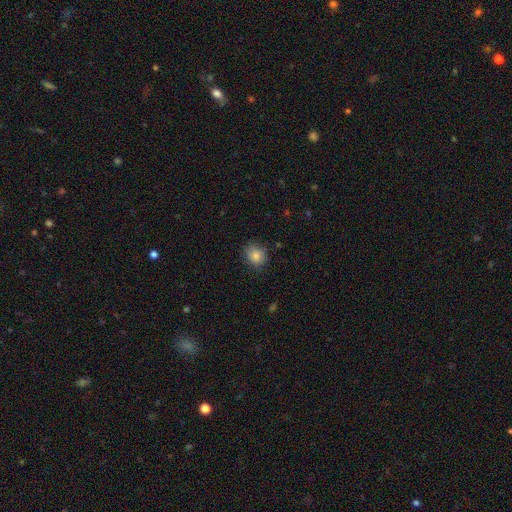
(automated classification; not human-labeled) This appears to be a smooth galaxy with no disk features (83%) that is round (67%). Merging: none (78%).